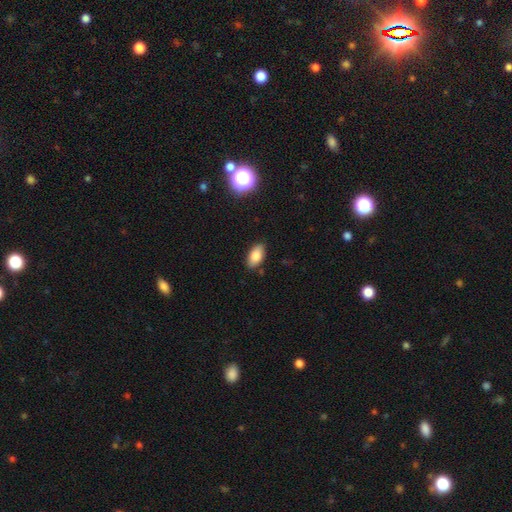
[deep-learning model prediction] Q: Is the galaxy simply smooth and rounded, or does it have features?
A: smooth — 84%.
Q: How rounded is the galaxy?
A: in between — 92%.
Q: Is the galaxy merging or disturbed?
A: none — 85%.